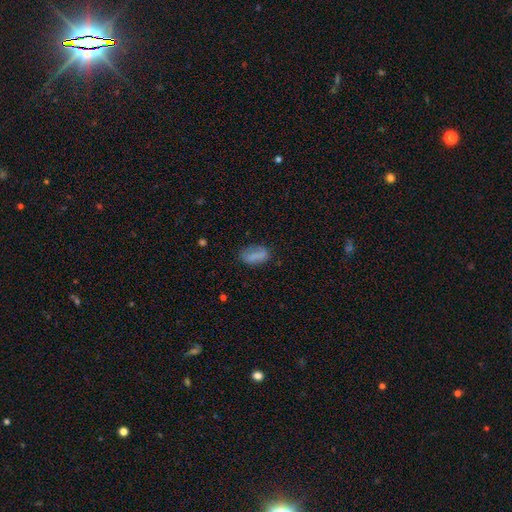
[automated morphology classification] This appears to be a smooth galaxy with no disk features (78%) that is in between round and cigar-shaped (86%). Merging: none (70%).